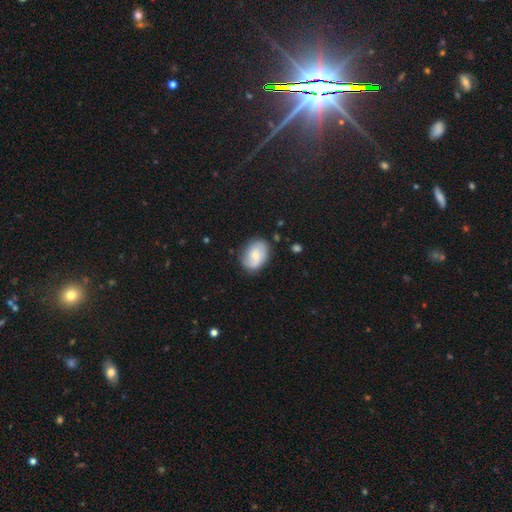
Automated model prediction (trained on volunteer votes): smooth 53%, featured or disk 40%, star or artifact 7%. Down the decision tree: how rounded — in between (72%); merging — none (73%).